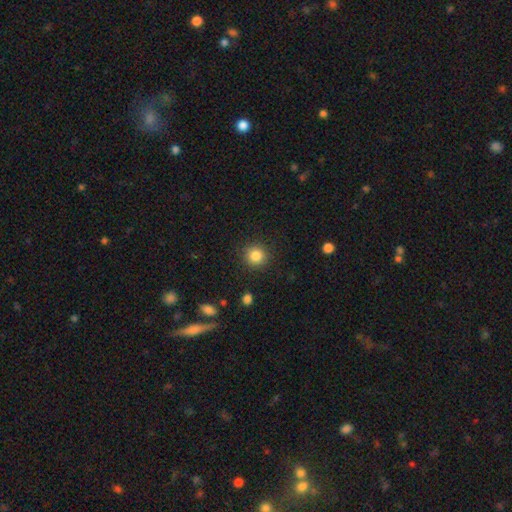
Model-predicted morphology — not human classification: This appears to be a smooth galaxy with no disk features (84%) that is round (93%). Merging: none (90%).